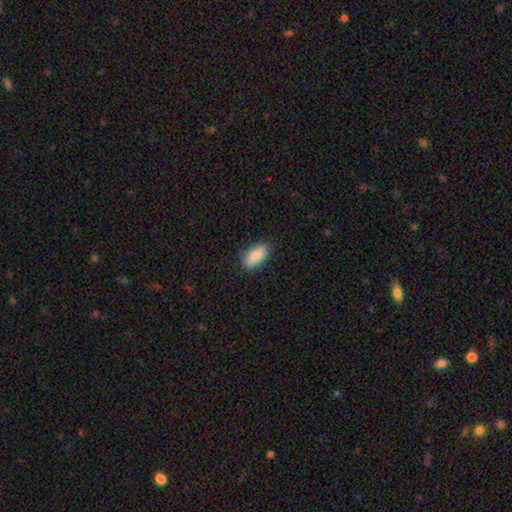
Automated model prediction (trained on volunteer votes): Smooth or featured?
  - smooth: 88% *
  - star or artifact: 6%
  - featured or disk: 5%
How rounded?
  - in between: 93% *
  - cigar-shaped: 4%
  - round: 3%
Merging?
  - none: 84% *
  - minor disturbance: 13%
  - major disturbance: 3%
  - merger: 1%